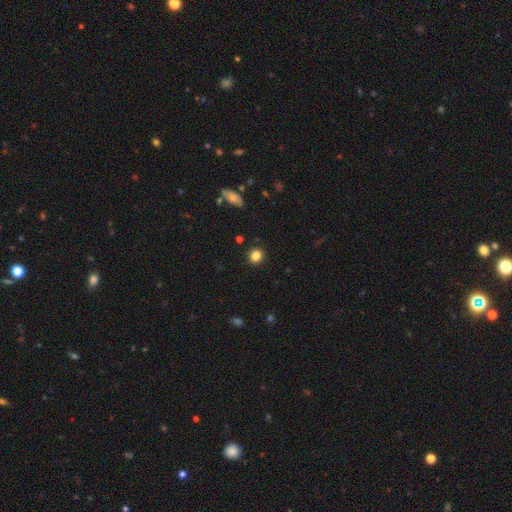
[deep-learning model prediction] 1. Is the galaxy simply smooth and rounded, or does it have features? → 84% smooth, 11% star or artifact, 5% featured or disk.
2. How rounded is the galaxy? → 88% round, 11% in between, 1% cigar-shaped.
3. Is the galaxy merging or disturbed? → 92% none, 5% minor disturbance, 2% major disturbance, 1% merger.